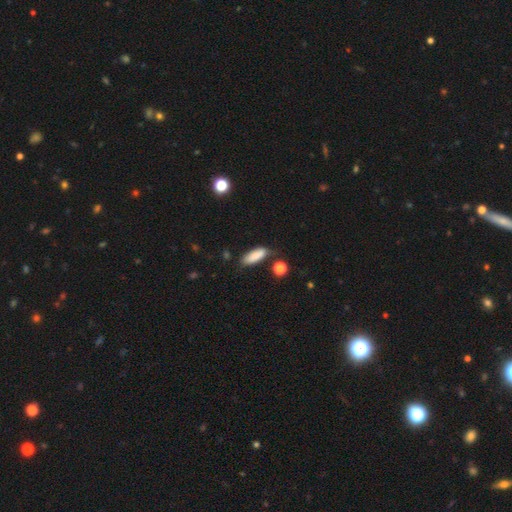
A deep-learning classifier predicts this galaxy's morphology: Smooth or featured?
  - smooth: 84% *
  - featured or disk: 9%
  - star or artifact: 7%
How rounded?
  - in between: 63% *
  - cigar-shaped: 34%
  - round: 2%
Merging?
  - none: 67% *
  - minor disturbance: 22%
  - merger: 6%
  - major disturbance: 5%